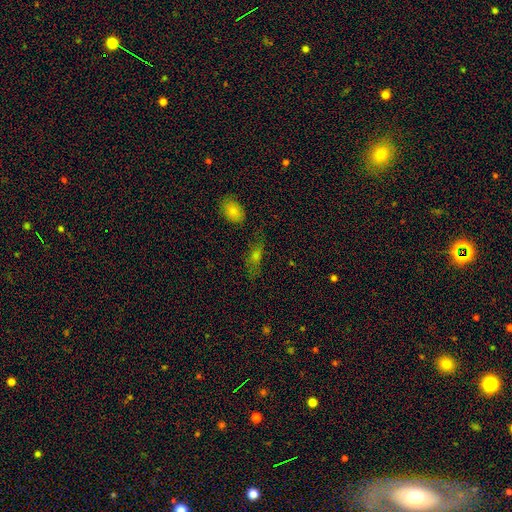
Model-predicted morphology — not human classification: smooth-or-featured: smooth: 54% | featured or disk: 24% | star or artifact: 23%
  how-rounded: in between: 66% | cigar-shaped: 25% | round: 9%
  merging: none: 67% | minor disturbance: 19% | major disturbance: 9% | merger: 5%